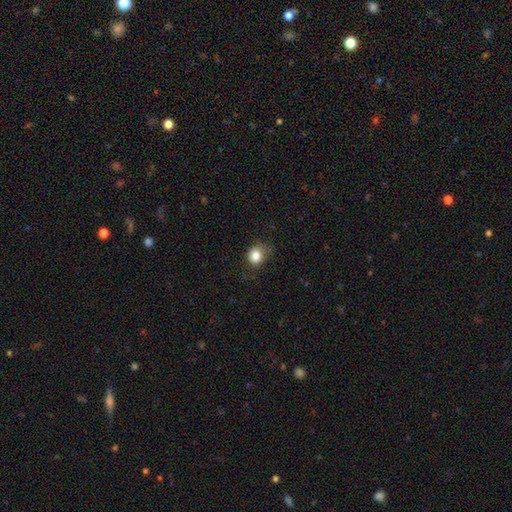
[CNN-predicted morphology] smooth 84%, star or artifact 11%, featured or disk 6%. Down the decision tree: how rounded — round (73%); merging — none (60%).